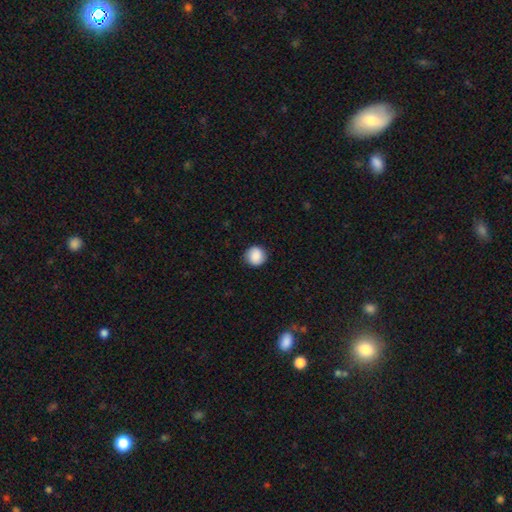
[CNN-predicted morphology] This appears to be a smooth galaxy with no disk features (89%) that is round (93%). Merging: none (89%).